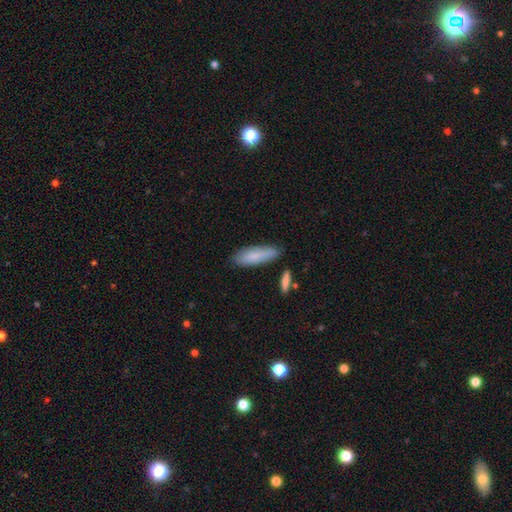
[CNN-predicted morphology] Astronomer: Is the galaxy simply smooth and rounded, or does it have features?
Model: smooth — 82%.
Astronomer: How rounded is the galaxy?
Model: cigar-shaped — 51% (runner-up: in between, 47%).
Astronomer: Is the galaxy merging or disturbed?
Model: none — 77%.